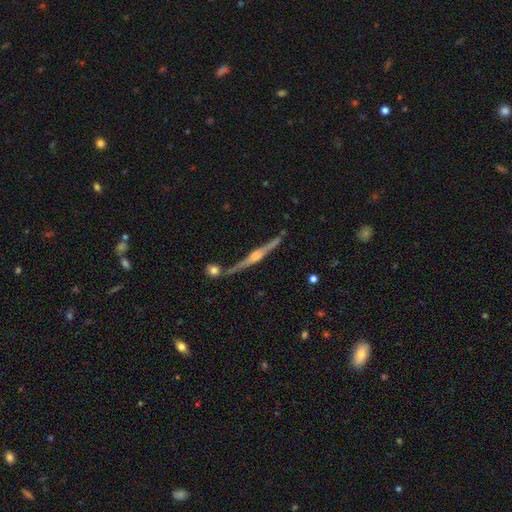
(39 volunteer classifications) This is clearly a featured or disk galaxy (85%). It is clearly viewed edge-on (97%). Edge-on bulge: clearly rounded (94%). Merging: likely none (64%).